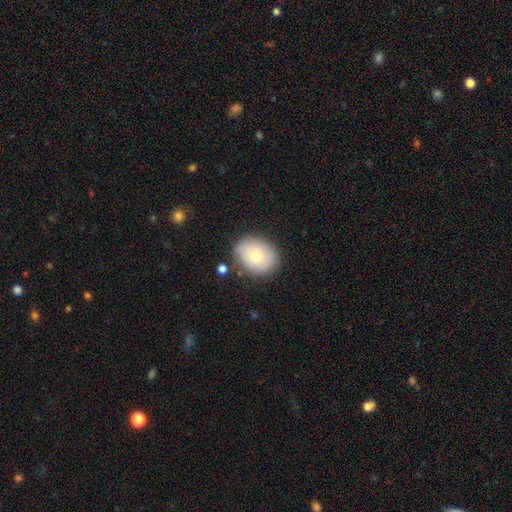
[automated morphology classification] A smooth galaxy with no disk features (71%) that is round (53%). Merging: none (79%).